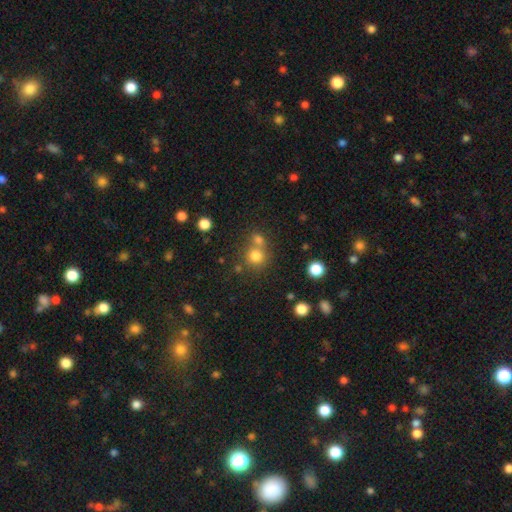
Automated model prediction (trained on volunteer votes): A smooth galaxy with no disk features (78%) that is round (90%). Merging: none (57%).